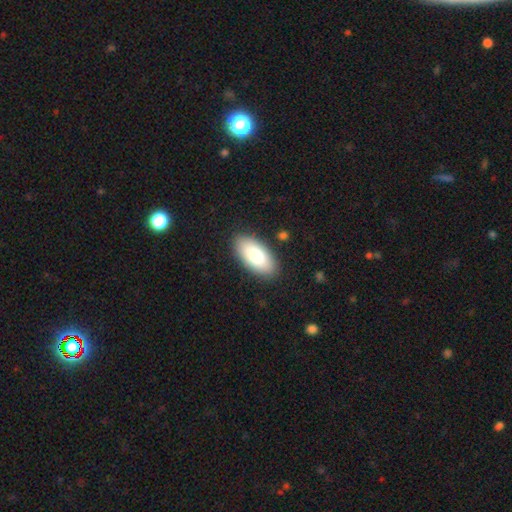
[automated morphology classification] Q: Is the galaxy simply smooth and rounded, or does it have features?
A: smooth — 81%.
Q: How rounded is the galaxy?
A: in between — 92%.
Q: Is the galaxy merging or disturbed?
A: none — 88%.